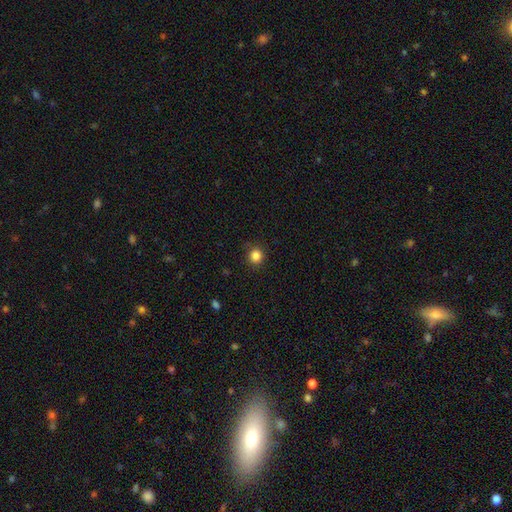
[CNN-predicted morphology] A smooth galaxy with no disk features (84%) that is round (91%).

Vote fractions:
- Smooth or featured? smooth: 84% / star or artifact: 12% / featured or disk: 4%
- How rounded? round: 91% / in between: 8% / cigar-shaped: 1%
- Merging? none: 88% / minor disturbance: 8% / major disturbance: 2% / merger: 1%